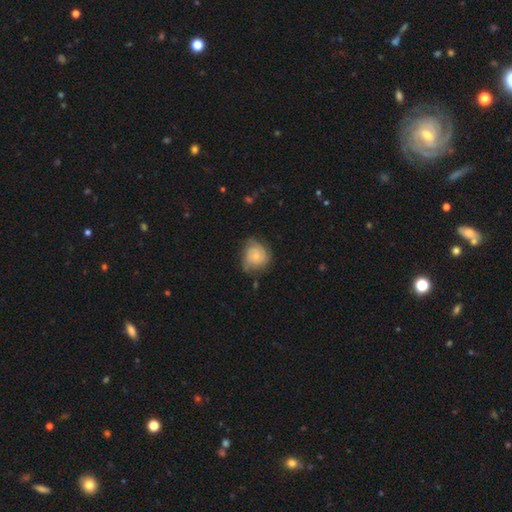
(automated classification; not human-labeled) This is possibly a featured or disk galaxy (57%). It is clearly not viewed edge-on (98%). Bar: likely no (77%). Spiral arm pattern: clearly yes (86%). Central bulge: likely small (64%). Merging: likely none (62%).